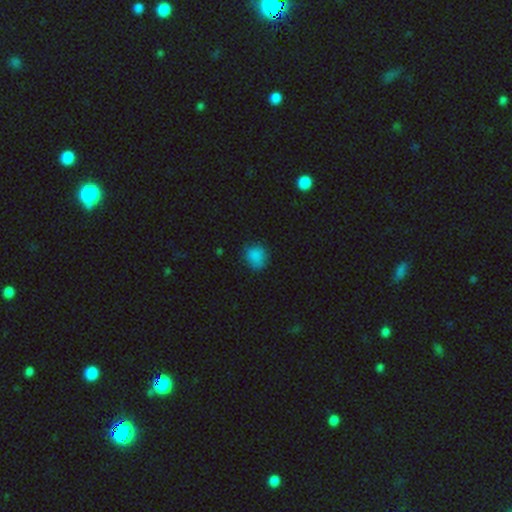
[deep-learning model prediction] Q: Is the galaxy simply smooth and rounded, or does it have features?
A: smooth — 82%.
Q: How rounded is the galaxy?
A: round — 77%.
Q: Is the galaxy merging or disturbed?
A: none — 72%.